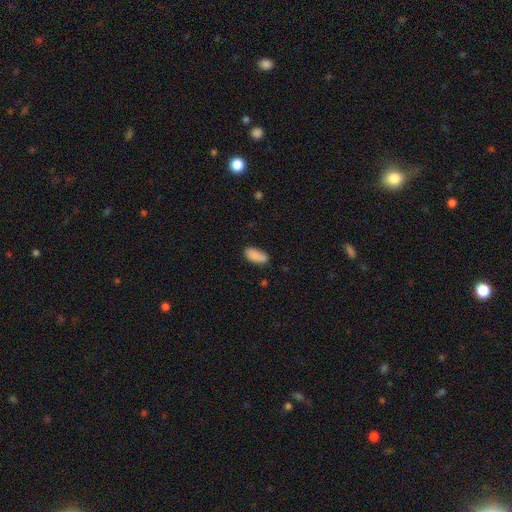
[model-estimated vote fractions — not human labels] smooth 87%, star or artifact 8%, featured or disk 5%. Down the decision tree: how rounded — in between (88%); merging — none (75%).